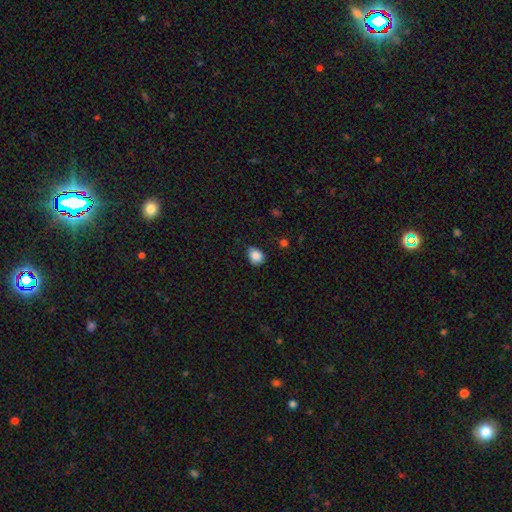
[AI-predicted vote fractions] Morphology: type=smooth (87%); roundness=in between (54%); merging=none (69%).